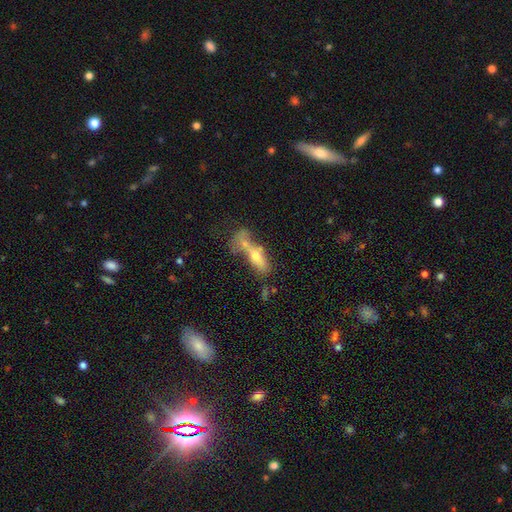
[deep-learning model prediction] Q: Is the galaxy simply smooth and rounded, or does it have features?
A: smooth — 51%.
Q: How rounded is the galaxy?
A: cigar-shaped — 49%.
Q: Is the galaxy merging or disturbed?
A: merger — 42%.